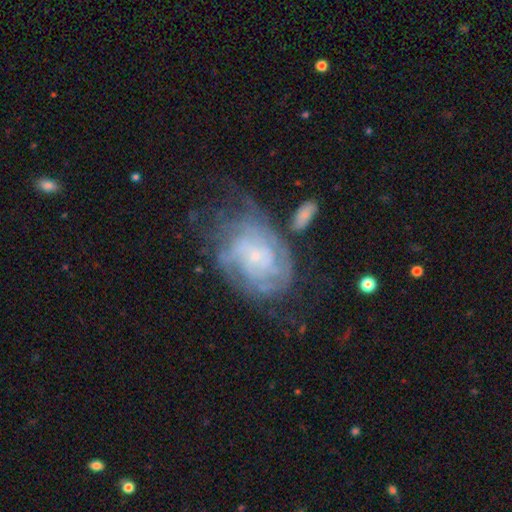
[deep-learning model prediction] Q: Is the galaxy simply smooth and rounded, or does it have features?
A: featured or disk — 80%.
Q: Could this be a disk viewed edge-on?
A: no — 97%.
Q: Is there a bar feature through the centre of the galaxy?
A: no — 73%.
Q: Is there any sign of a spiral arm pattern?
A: yes — 90%.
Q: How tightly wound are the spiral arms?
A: tight — 65%.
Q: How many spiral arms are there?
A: can't tell — 50%.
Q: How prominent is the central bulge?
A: small — 77%.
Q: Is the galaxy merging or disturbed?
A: none — 45%.